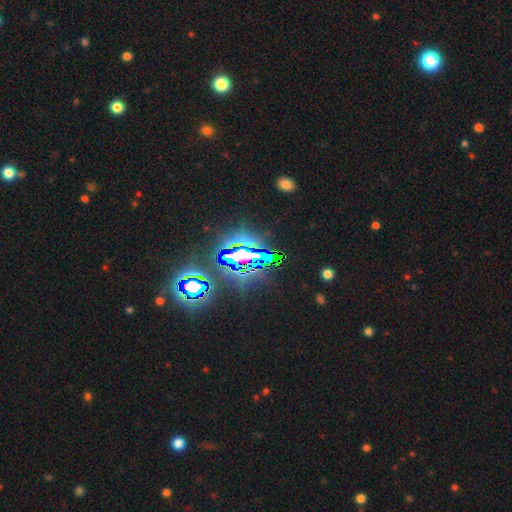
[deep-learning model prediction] This is likely a star or artifact rather than a galaxy (77%).